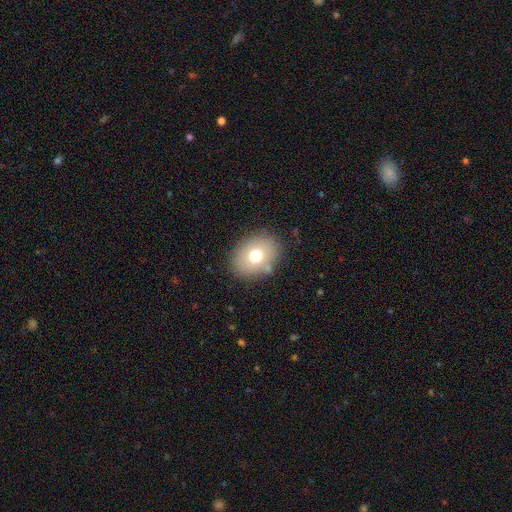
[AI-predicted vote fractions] smooth 72%, featured or disk 17%, star or artifact 11%. Down the decision tree: how rounded — in between (66%); merging — none (83%).